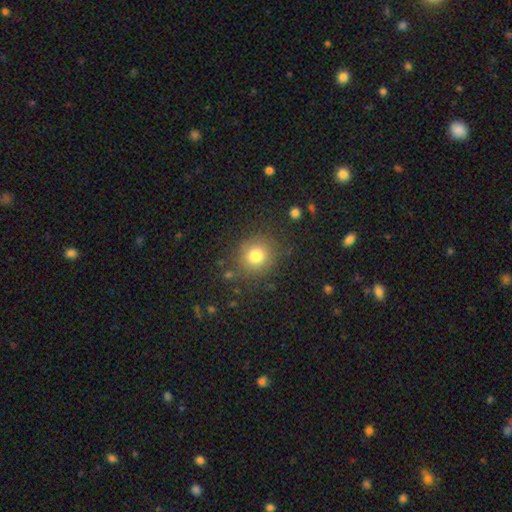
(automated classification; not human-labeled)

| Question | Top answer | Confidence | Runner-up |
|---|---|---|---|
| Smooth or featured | smooth | 78% | star or artifact (12%) |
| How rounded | round | 89% | in between (10%) |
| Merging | none | 82% | minor disturbance (11%) |